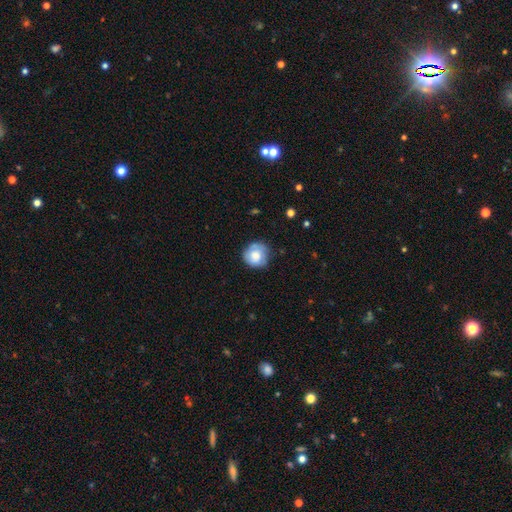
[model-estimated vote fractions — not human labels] smooth_or_featured: smooth (p=0.66) [alt: featured or disk p=0.26]
how_rounded: round (p=0.88) [alt: in between p=0.11]
merging: none (p=0.69) [alt: minor disturbance p=0.23]